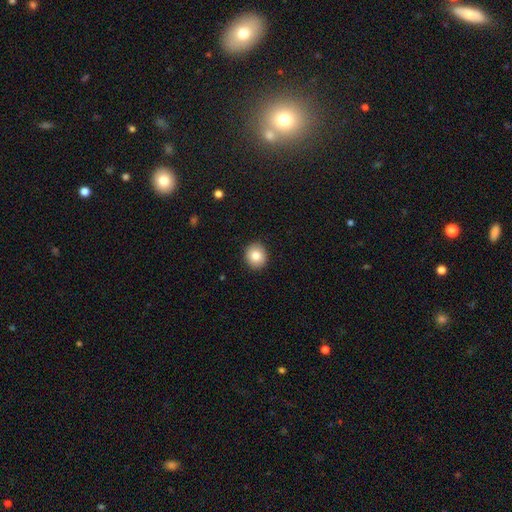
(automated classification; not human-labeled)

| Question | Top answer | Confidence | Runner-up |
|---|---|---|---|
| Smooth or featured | smooth | 83% | featured or disk (9%) |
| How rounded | round | 83% | in between (16%) |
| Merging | none | 91% | minor disturbance (6%) |